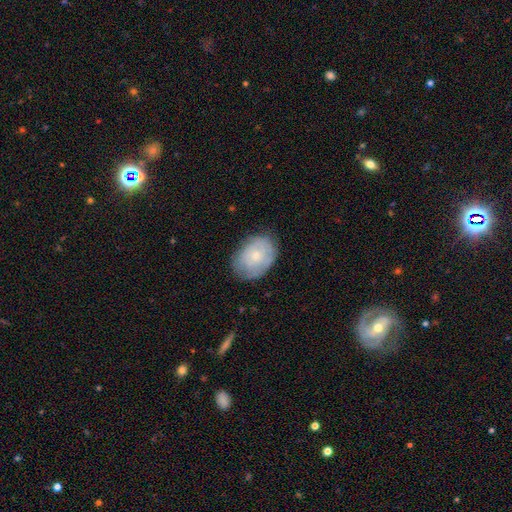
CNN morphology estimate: Smooth or featured? Predicted: smooth (p=0.53). How rounded? Predicted: in between (p=0.71). Merging? Predicted: none (p=0.73).